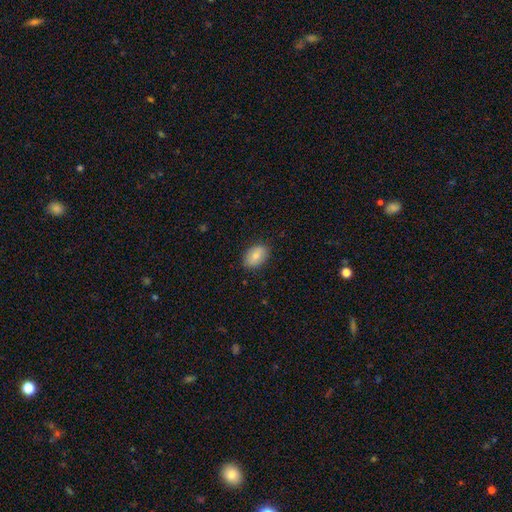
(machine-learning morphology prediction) The model was most divided on "smooth or featured": smooth: 78%, featured or disk: 14%, star or artifact: 7%. More confident: how rounded — in between (86%); merging — none (85%).